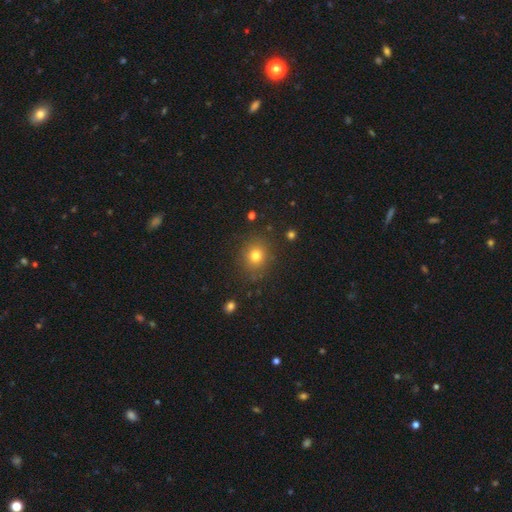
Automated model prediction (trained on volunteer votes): smooth_or_featured: smooth (p=0.77) [alt: star or artifact p=0.15]
how_rounded: round (p=0.80) [alt: in between p=0.19]
merging: none (p=0.86) [alt: minor disturbance p=0.09]